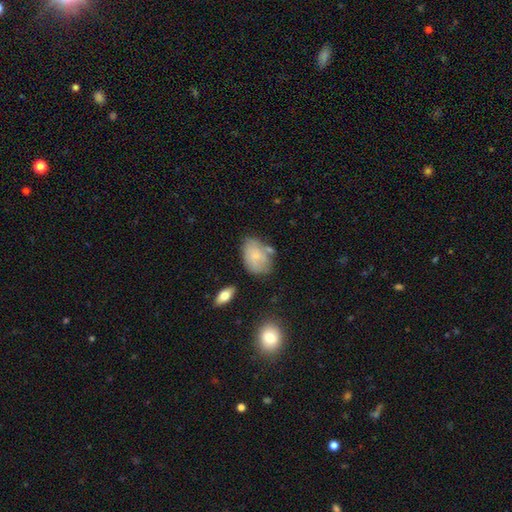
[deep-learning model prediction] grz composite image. It shows a smooth galaxy with no disk features (69%) that is in between round and cigar-shaped (85%). Merging: none (52%).